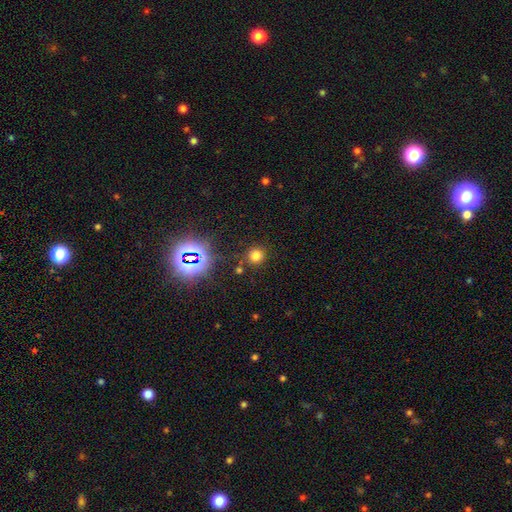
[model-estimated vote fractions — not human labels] Overall: smooth (72%). How rounded: round (93%). Merging: none (85%).